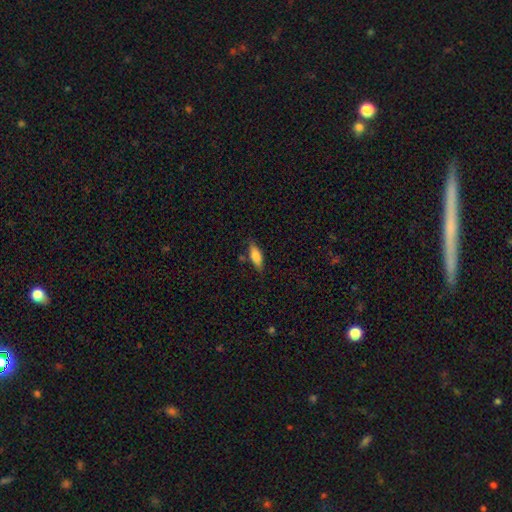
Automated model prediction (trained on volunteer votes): This appears to be a smooth galaxy with no disk features (75%) that is in between round and cigar-shaped (63%). Merging: none (74%).